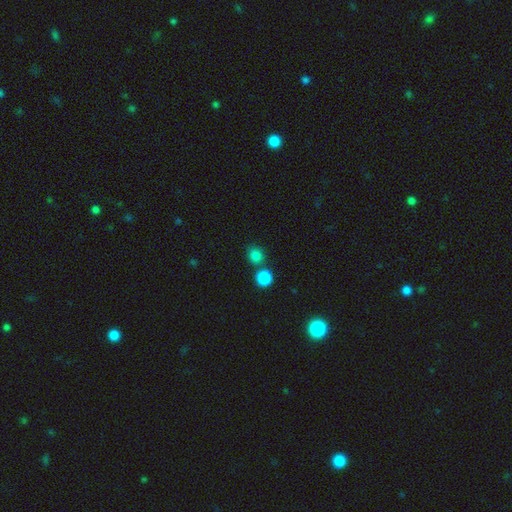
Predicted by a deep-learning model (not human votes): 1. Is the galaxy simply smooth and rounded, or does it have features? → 83% smooth, 13% star or artifact, 4% featured or disk.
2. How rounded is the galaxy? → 80% round, 18% in between, 1% cigar-shaped.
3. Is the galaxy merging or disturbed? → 63% none, 25% merger, 9% minor disturbance, 3% major disturbance.